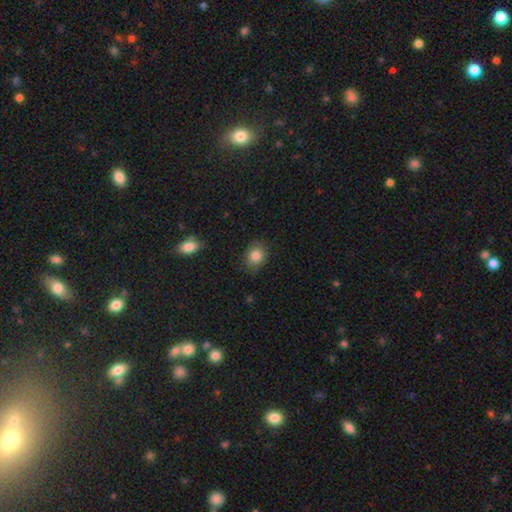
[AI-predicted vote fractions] smooth_or_featured: smooth (p=0.84) [alt: star or artifact p=0.10]
how_rounded: round (p=0.62) [alt: in between p=0.37]
merging: none (p=0.81) [alt: minor disturbance p=0.15]